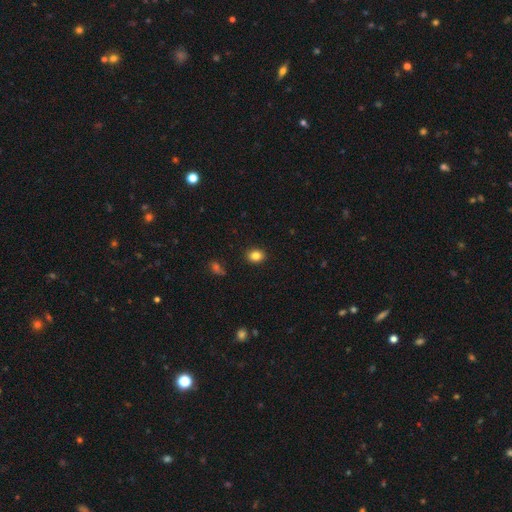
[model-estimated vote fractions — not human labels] This is clearly a smooth galaxy (85%). How rounded: possibly round (53%). Merging: clearly none (90%).